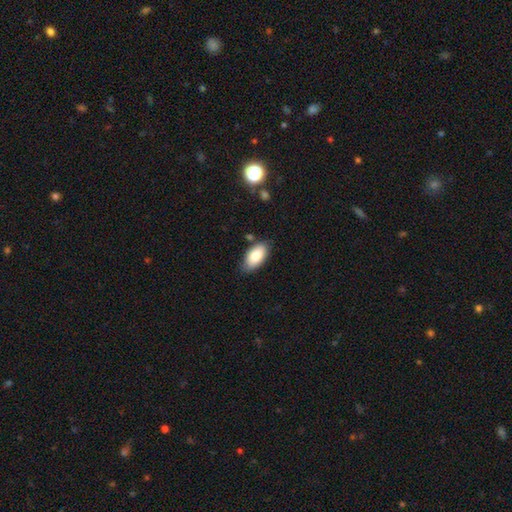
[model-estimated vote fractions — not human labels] This is clearly a smooth galaxy (84%). How rounded: clearly in between (94%). Merging: likely none (78%).